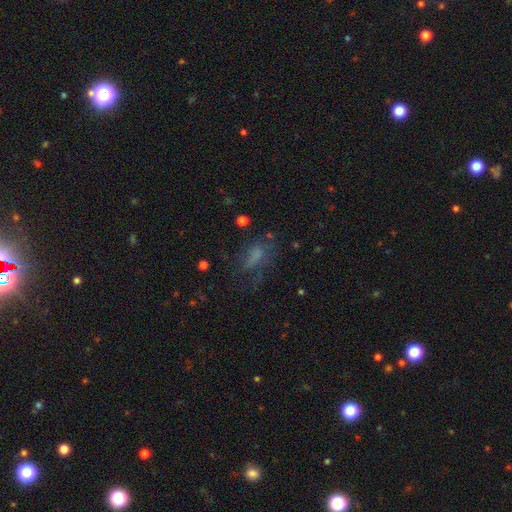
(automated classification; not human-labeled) Q: Smooth or featured?
A: smooth (55%); runner-up: featured or disk (25%)
Q: How rounded?
A: in between (70%); runner-up: cigar-shaped (19%)
Q: Merging?
A: none (42%); runner-up: major disturbance (32%)